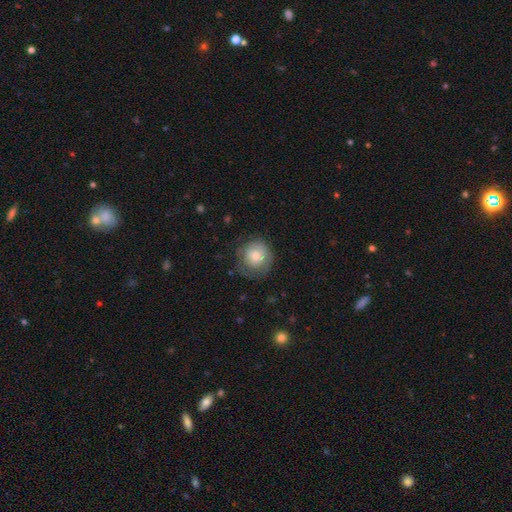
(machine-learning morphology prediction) The model was most divided on "merging": none: 61%, minor disturbance: 25%, major disturbance: 13%, merger: 1%. More confident: how rounded — round (87%); smooth or featured — smooth (69%).